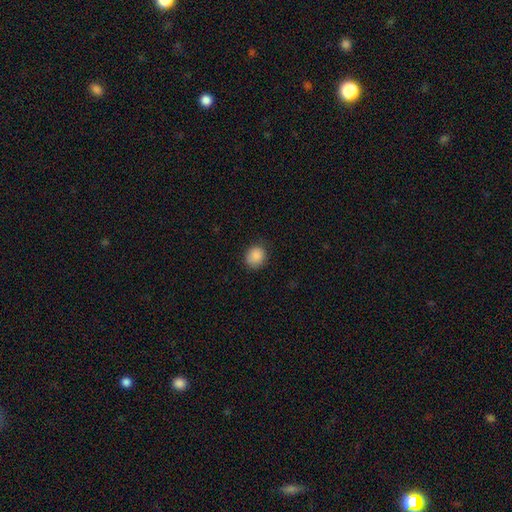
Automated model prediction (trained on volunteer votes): Morphology: type=smooth (88%); roundness=round (77%); merging=none (80%).